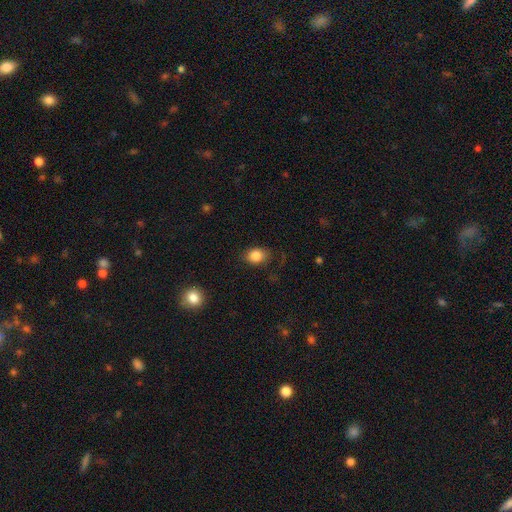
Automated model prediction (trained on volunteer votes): Q: Smooth or featured?
A: smooth (84%); runner-up: star or artifact (10%)
Q: How rounded?
A: in between (53%); runner-up: round (46%)
Q: Merging?
A: none (76%); runner-up: minor disturbance (17%)